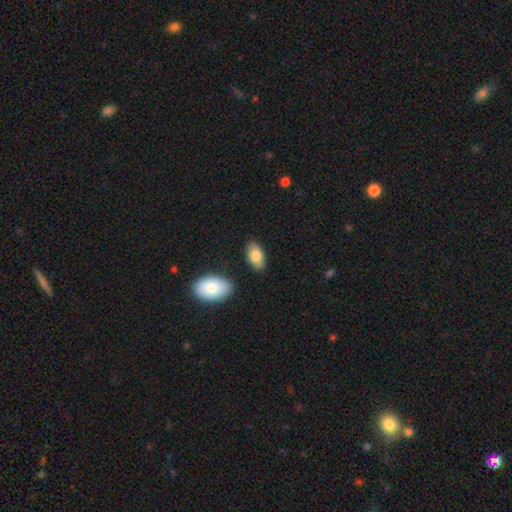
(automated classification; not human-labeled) smooth_or_featured: smooth (p=0.80) [alt: featured or disk p=0.14]
how_rounded: in between (p=0.94) [alt: round p=0.03]
merging: none (p=0.84) [alt: minor disturbance p=0.11]